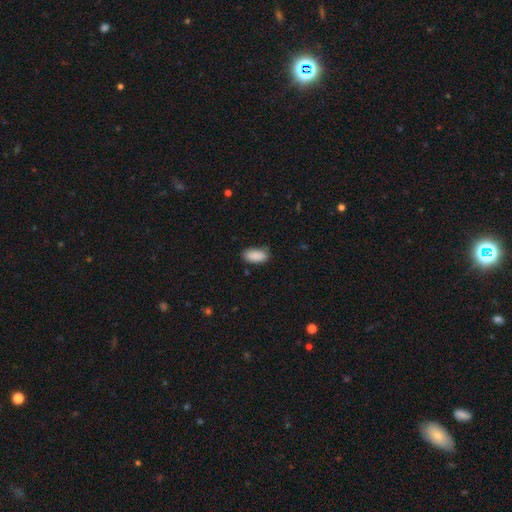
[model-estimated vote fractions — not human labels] smooth 90%, star or artifact 7%, featured or disk 3%. Down the decision tree: how rounded — in between (93%); merging — none (78%).